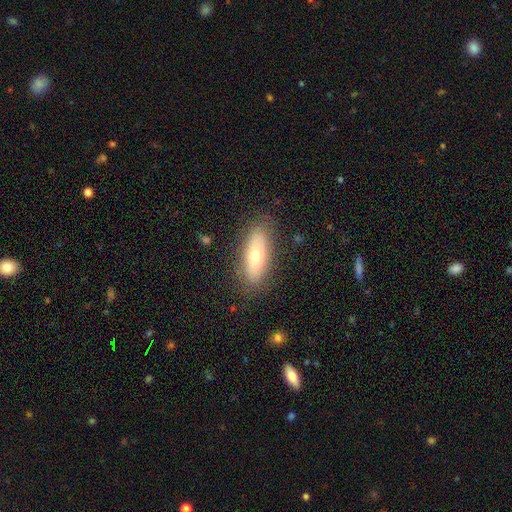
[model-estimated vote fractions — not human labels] The model was most divided on "smooth or featured": smooth: 63%, featured or disk: 30%, star or artifact: 7%. More confident: merging — none (83%); how rounded — in between (68%).